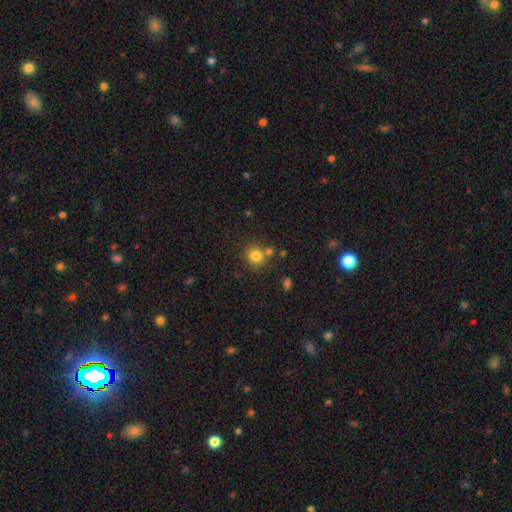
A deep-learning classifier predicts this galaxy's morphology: smooth-or-featured: smooth: 81% | star or artifact: 12% | featured or disk: 7%
  how-rounded: round: 88% | in between: 11% | cigar-shaped: 1%
  merging: none: 71% | merger: 15% | minor disturbance: 10% | major disturbance: 3%